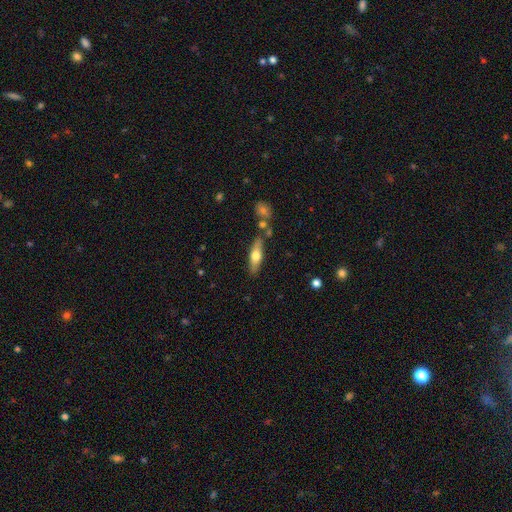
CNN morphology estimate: Smooth or featured: smooth — 55% (featured or disk — 39%)
How rounded: cigar-shaped — 53% (in between — 44%)
Merging: none — 76% (minor disturbance — 13%)